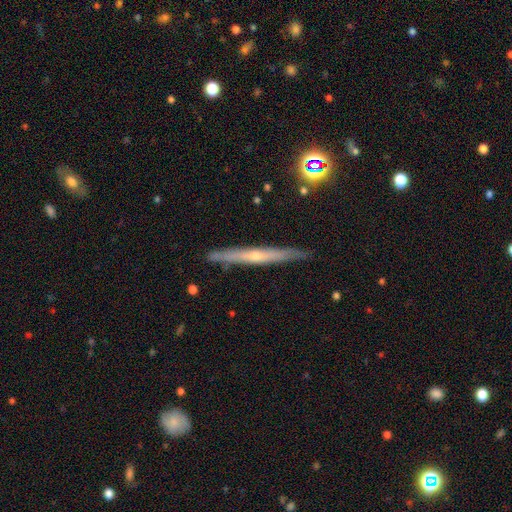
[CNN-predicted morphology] This appears to be a featured or disk galaxy (69%) viewed edge-on (96%) with a rounded central bulge (56%). Merging: none (89%).